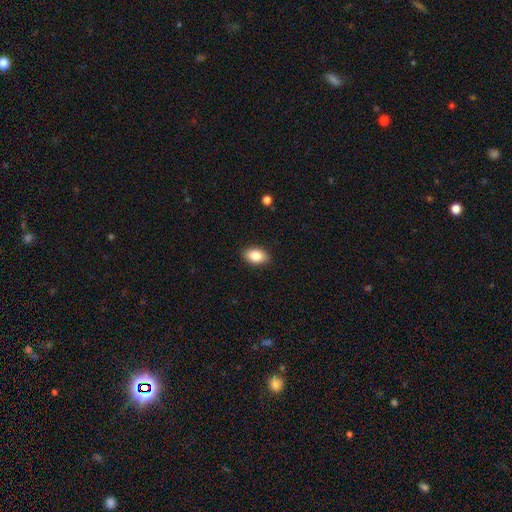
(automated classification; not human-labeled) A smooth galaxy with no disk features (85%) that is in between round and cigar-shaped (89%).

Vote fractions:
- Smooth or featured? smooth: 85% / star or artifact: 8% / featured or disk: 7%
- How rounded? in between: 89% / round: 10% / cigar-shaped: 2%
- Merging? none: 89% / minor disturbance: 8% / major disturbance: 2% / merger: 1%